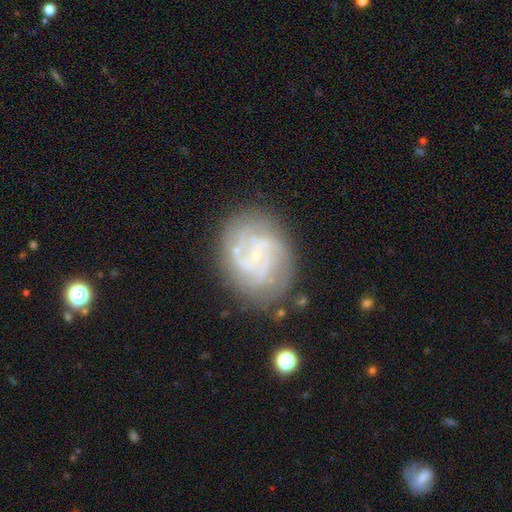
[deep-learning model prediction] smooth-or-featured: featured or disk: 79% | smooth: 13% | star or artifact: 8%
  disk-edge-on: no: 98% | yes: 2%
    bar: no: 64% | weak: 30% | strong: 6%
    has-spiral-arms: yes: 92% | no: 8%
      spiral-winding: tight: 52% | medium: 37% | loose: 11%
      spiral-arm-count: can't tell: 31% | 2: 23% | 3: 22% | 4: 13% | more than 4: 6% | 1: 6%
    bulge-size: small: 82% | moderate: 9% | none: 7% | large: 1% | dominant: 1%
  merging: none: 73% | minor disturbance: 17% | major disturbance: 8% | merger: 3%